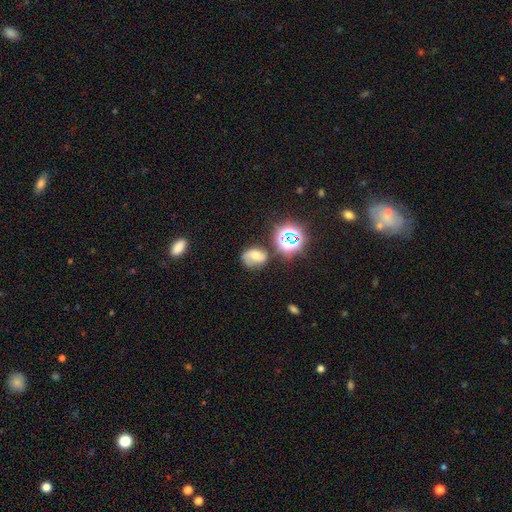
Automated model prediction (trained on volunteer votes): Q: Smooth or featured?
A: smooth (42%); runner-up: featured or disk (38%)
Q: Merging?
A: none (52%); runner-up: minor disturbance (26%)